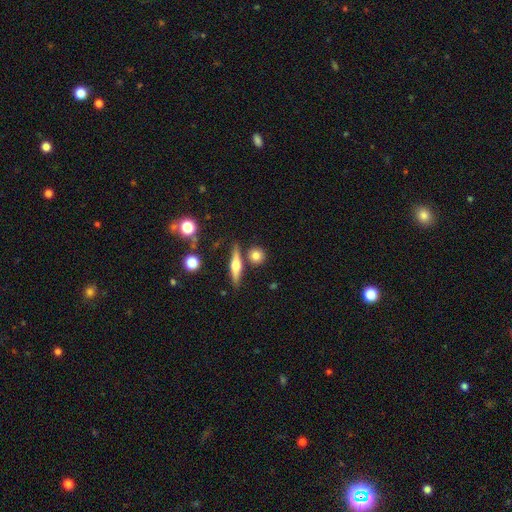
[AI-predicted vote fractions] Smooth or featured?
  - smooth: 71% *
  - featured or disk: 21%
  - star or artifact: 9%
How rounded?
  - round: 77% *
  - in between: 14%
  - cigar-shaped: 9%
Merging?
  - none: 76% *
  - merger: 11%
  - minor disturbance: 10%
  - major disturbance: 3%